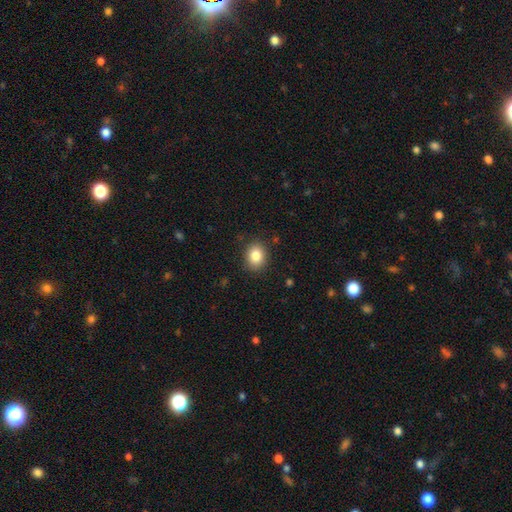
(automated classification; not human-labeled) This is clearly a smooth galaxy (84%). How rounded: possibly in between (50%). Merging: clearly none (87%).